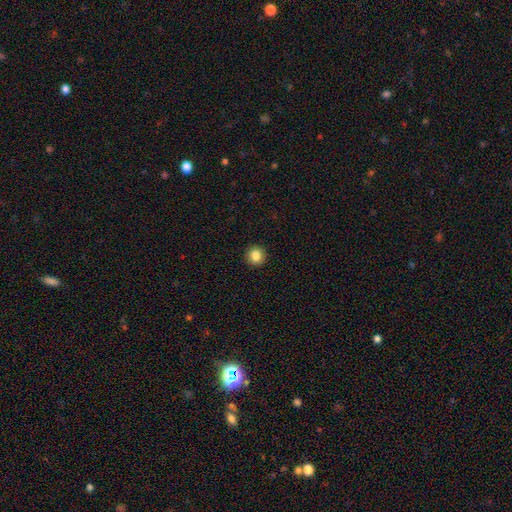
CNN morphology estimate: Overall: smooth (85%). How rounded: round (93%). Merging: none (93%).